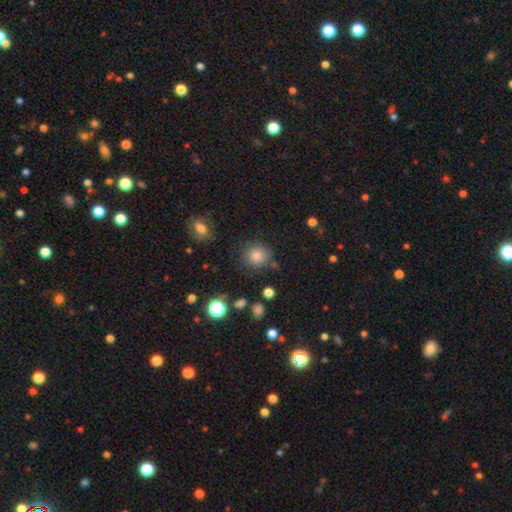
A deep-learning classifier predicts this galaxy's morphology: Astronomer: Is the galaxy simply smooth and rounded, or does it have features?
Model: smooth — 77%.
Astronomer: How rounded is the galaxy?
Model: round — 88%.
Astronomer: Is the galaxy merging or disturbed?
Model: none — 78%.